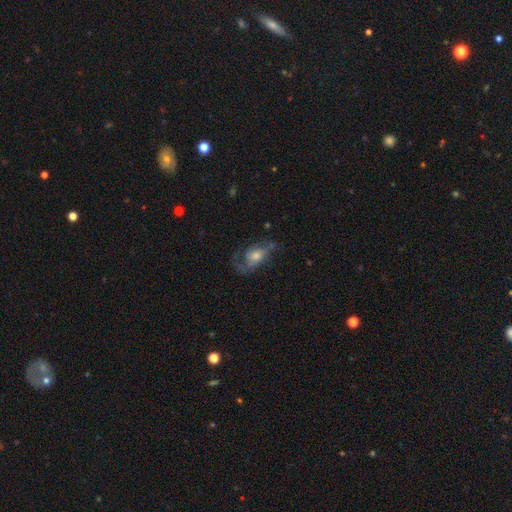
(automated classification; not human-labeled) featured or disk 67%, smooth 23%, star or artifact 10%. Down the decision tree: edge-on disk — no (92%); bar — no (70%); spiral arms — yes (83%); spiral arm count — 2 (63%); spiral winding — loose (47%); bulge size — moderate (50%); merging — none (51%).